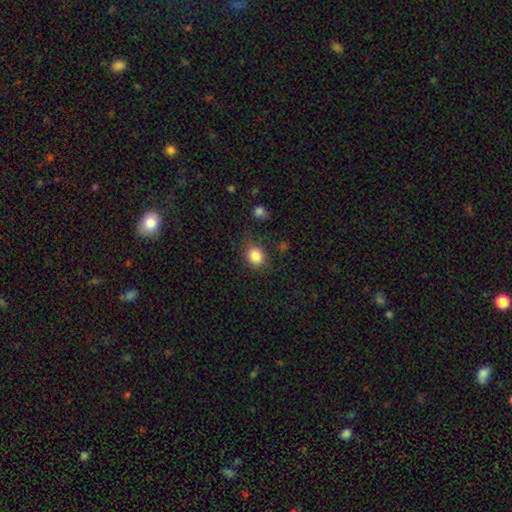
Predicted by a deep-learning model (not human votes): smooth-or-featured: smooth: 84% | star or artifact: 10% | featured or disk: 5%
  how-rounded: round: 63% | in between: 36% | cigar-shaped: 1%
  merging: none: 74% | minor disturbance: 18% | major disturbance: 6% | merger: 3%